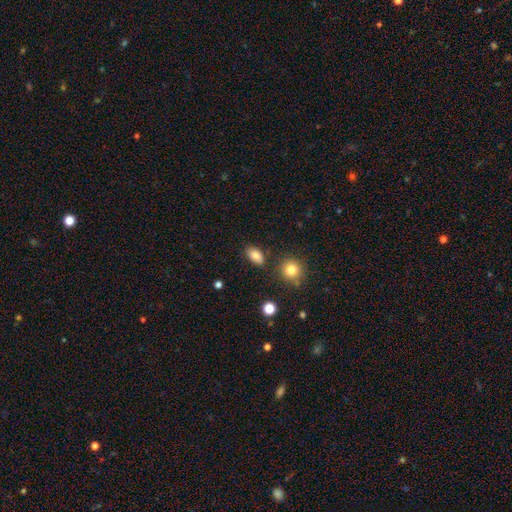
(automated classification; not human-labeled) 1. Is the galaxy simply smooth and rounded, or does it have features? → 85% smooth, 10% star or artifact, 6% featured or disk.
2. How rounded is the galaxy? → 88% in between, 10% round, 2% cigar-shaped.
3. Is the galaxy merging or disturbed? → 82% none, 11% minor disturbance, 4% merger, 3% major disturbance.